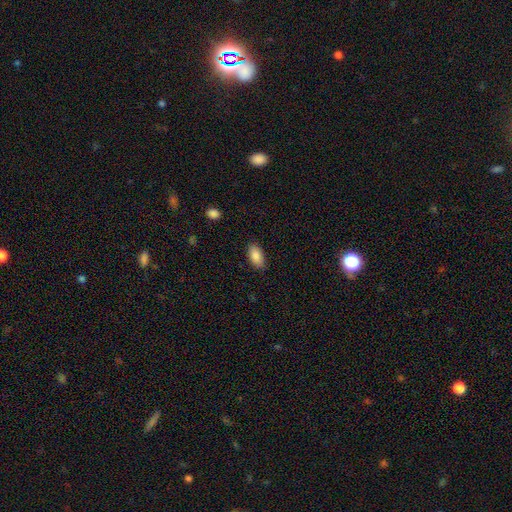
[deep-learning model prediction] The model was most divided on "merging": none: 86%, minor disturbance: 11%, major disturbance: 2%, merger: 1%. More confident: how rounded — in between (92%); smooth or featured — smooth (87%).